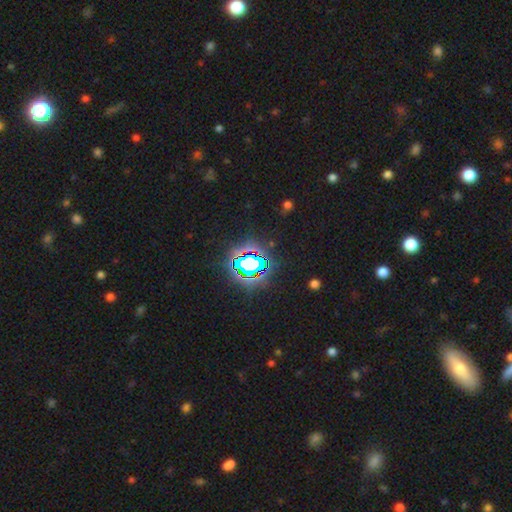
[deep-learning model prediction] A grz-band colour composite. It shows a star or artifact, not a galaxy (78%).